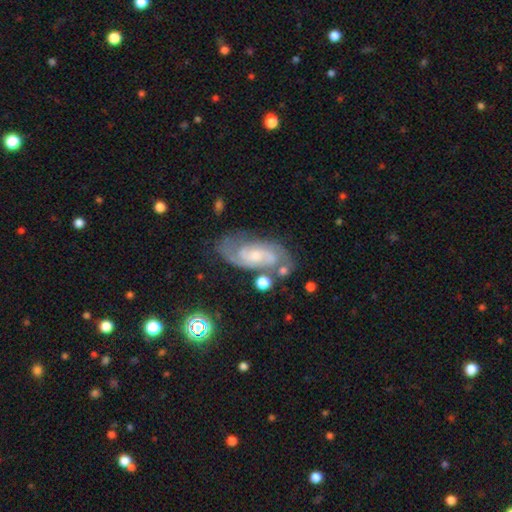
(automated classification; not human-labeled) A featured or disk galaxy (83%) with no bar (55%), 2 (77%) medium (45%) spiral arms (96%) and a small central bulge (60%).

Vote fractions:
- Smooth or featured? featured or disk: 83% / smooth: 10% / star or artifact: 6%
- Edge-on disk? no: 95% / yes: 5%
- Bar? no: 55% / weak: 37% / strong: 8%
- Spiral arms? yes: 96% / no: 4%
- Spiral winding? medium: 45% / tight: 43% / loose: 12%
- Spiral arm count? 2: 77% / can't tell: 11% / 3: 6% / 1: 2% / 4: 2% / more than 4: 2%
- Bulge size? small: 60% / moderate: 30% / none: 6% / large: 2% / dominant: 1%
- Merging? none: 68% / minor disturbance: 19% / major disturbance: 7% / merger: 6%